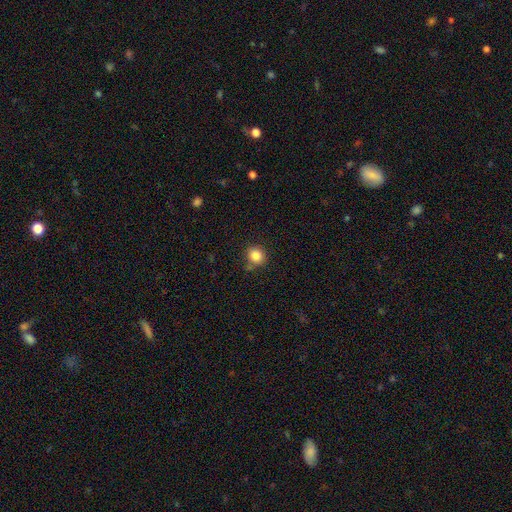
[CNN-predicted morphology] Smooth or featured?
  - smooth: 85% *
  - star or artifact: 10%
  - featured or disk: 5%
How rounded?
  - round: 81% *
  - in between: 18%
  - cigar-shaped: 1%
Merging?
  - none: 78% *
  - minor disturbance: 13%
  - merger: 6%
  - major disturbance: 4%